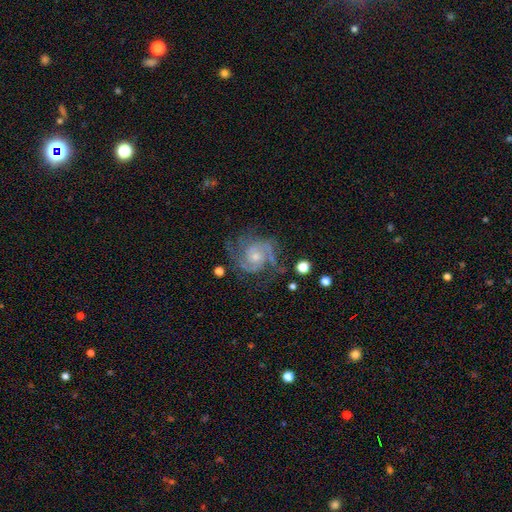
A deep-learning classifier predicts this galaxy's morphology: This is clearly a featured or disk galaxy (87%). It is clearly not viewed edge-on (98%). Bar: likely no (68%). Spiral arm pattern: clearly yes (97%). Spiral arm count: likely 2 (67%). Spiral winding: possibly medium (46%). Central bulge: possibly small (56%). Merging: likely none (65%).